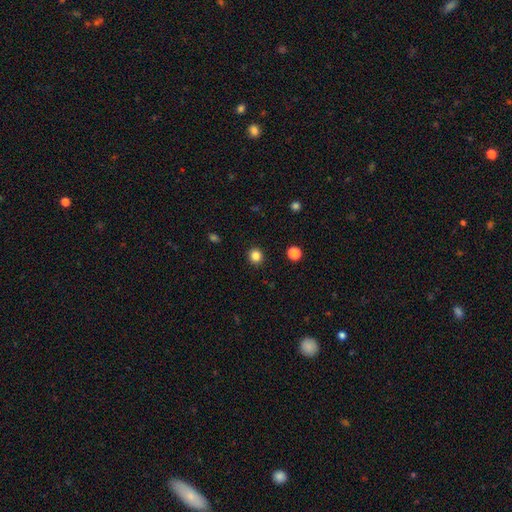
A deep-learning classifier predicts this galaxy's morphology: Overall: smooth (84%). How rounded: round (90%). Merging: none (92%).